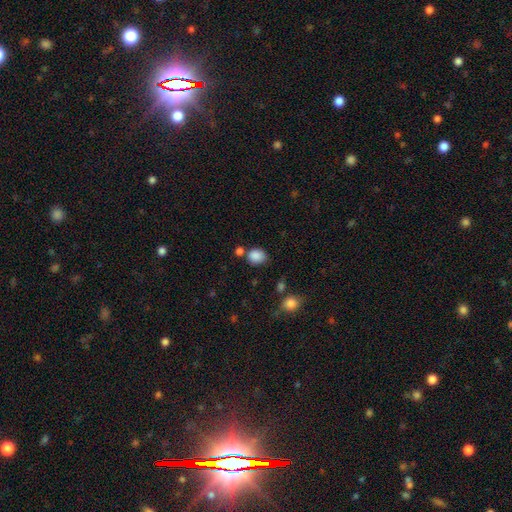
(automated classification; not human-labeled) smooth 86%, star or artifact 10%, featured or disk 4%. Down the decision tree: how rounded — round (58%); merging — none (64%).